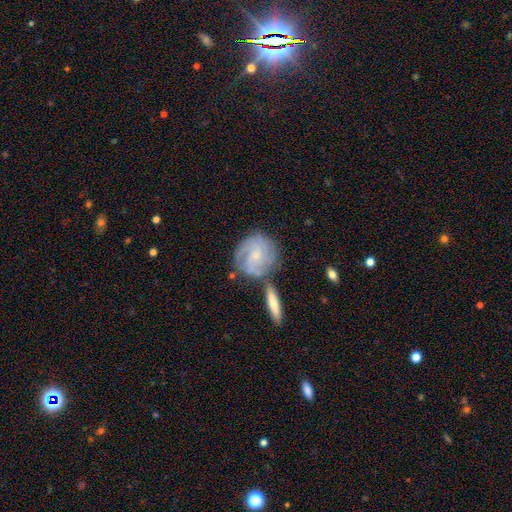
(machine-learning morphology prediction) type=featured or disk (71%); edge-on=no (96%); bar=no (65%); spiral arms=yes (91%); winding=tight (60%); arm count=can't tell (35%); bulge=small (69%); merging=none (60%).